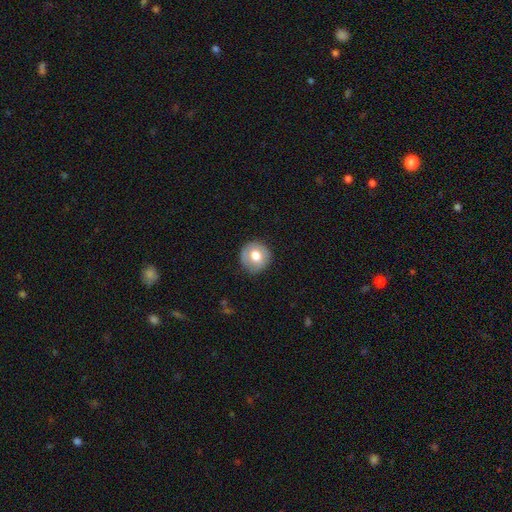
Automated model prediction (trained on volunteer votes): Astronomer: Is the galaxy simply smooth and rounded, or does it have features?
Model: smooth — 71%.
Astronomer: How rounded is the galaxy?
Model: round — 93%.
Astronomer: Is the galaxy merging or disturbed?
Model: none — 86%.